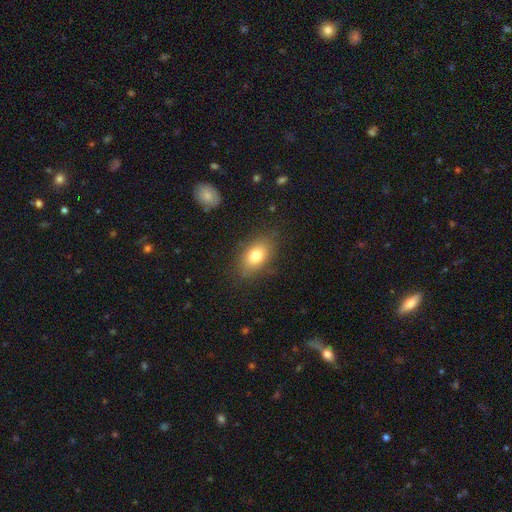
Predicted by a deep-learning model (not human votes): The model was most divided on "smooth or featured": smooth: 78%, featured or disk: 13%, star or artifact: 9%. More confident: how rounded — in between (85%); merging — none (81%).